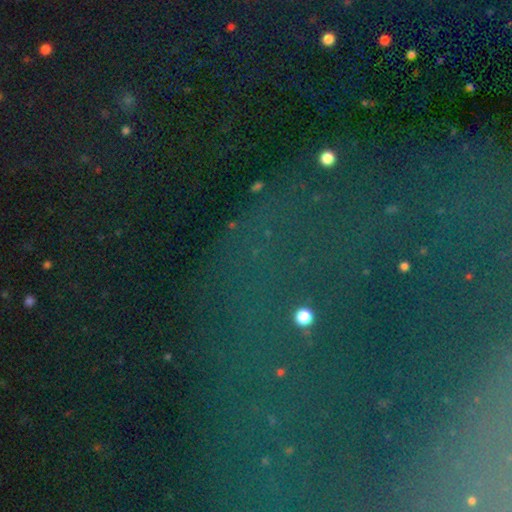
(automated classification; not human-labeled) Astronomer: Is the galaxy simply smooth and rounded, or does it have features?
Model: star or artifact — 82%.